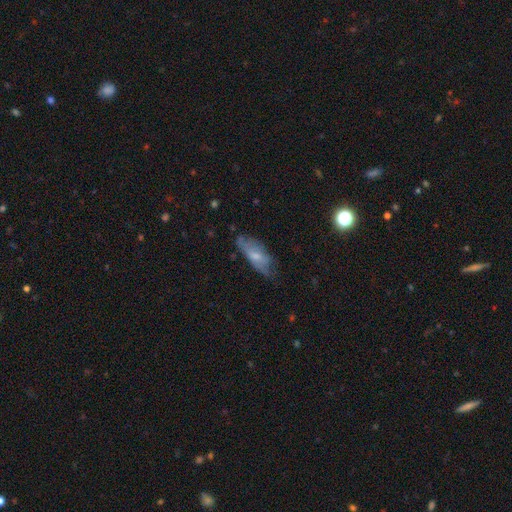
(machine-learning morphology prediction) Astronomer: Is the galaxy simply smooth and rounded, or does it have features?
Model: smooth — 54% (runner-up: featured or disk, 39%).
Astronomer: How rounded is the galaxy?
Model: in between — 71%.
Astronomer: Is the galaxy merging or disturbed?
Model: none — 55% (runner-up: minor disturbance, 31%).